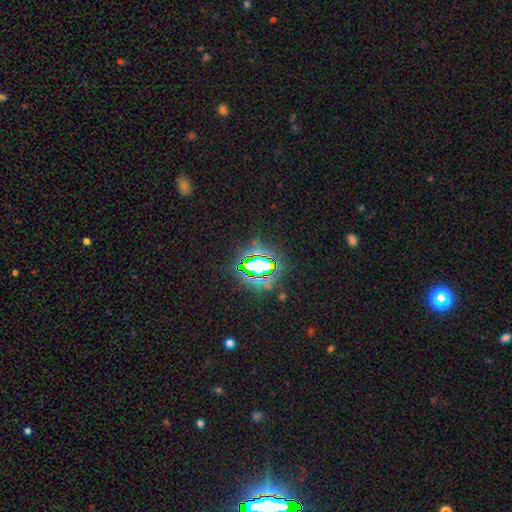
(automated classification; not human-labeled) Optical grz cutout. It shows a star or artifact, not a galaxy (72%).